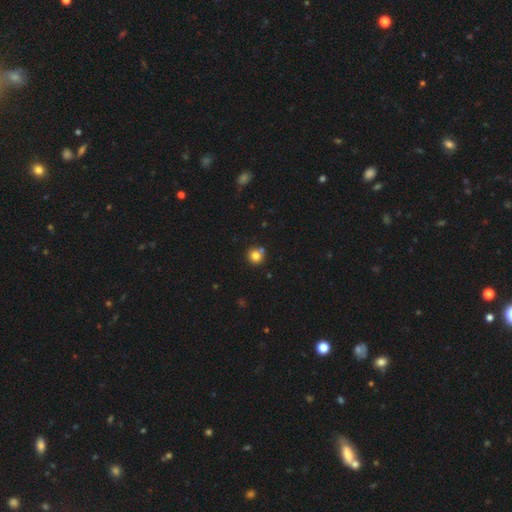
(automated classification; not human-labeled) smooth-or-featured: smooth: 80% | star or artifact: 12% | featured or disk: 8%
  how-rounded: round: 93% | in between: 6% | cigar-shaped: 1%
  merging: none: 75% | merger: 13% | minor disturbance: 9% | major disturbance: 2%